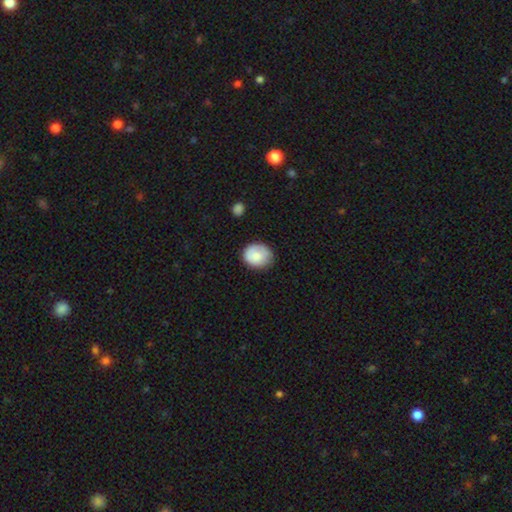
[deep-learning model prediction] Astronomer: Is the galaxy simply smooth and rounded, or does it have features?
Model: smooth — 79%.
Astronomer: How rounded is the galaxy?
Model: round — 72%.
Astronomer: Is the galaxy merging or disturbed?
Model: none — 77%.